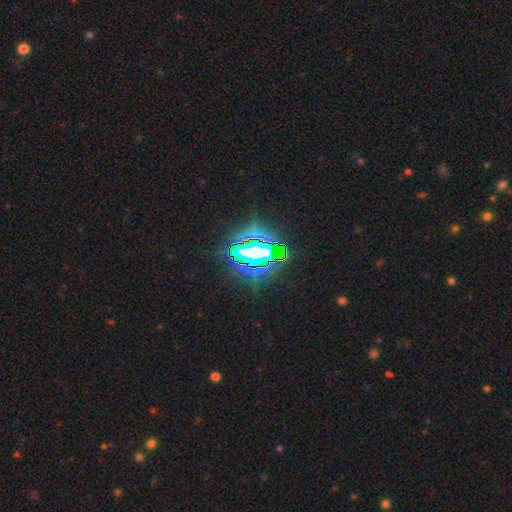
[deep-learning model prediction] This is likely a star or artifact rather than a galaxy (78%).